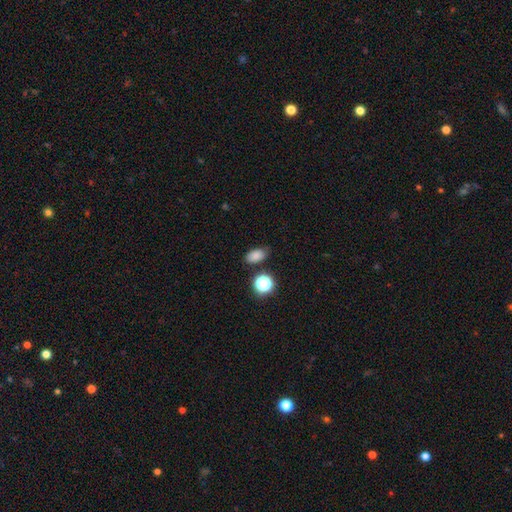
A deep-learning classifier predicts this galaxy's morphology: Smooth or featured: smooth — 80% (star or artifact — 14%)
How rounded: in between — 85% (round — 13%)
Merging: none — 78% (minor disturbance — 14%)